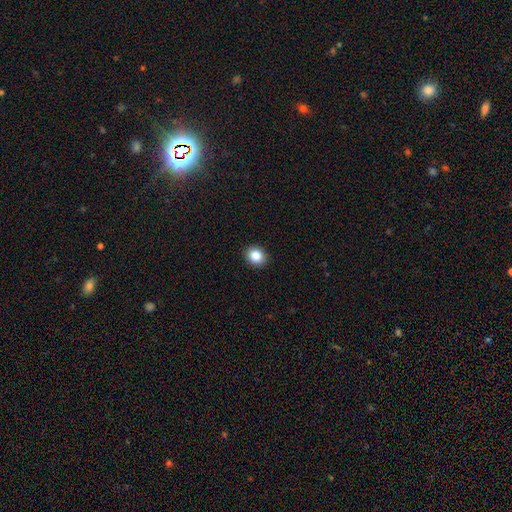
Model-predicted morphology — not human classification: Overall: smooth (87%). How rounded: round (66%; in between 33%). Merging: none (91%).